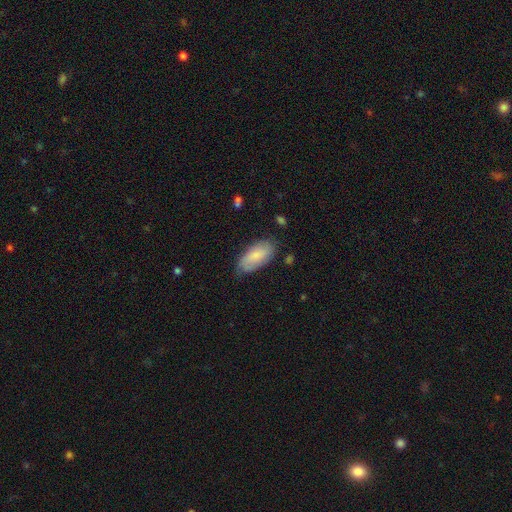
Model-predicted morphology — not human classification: This appears to be a smooth galaxy with no disk features (76%) that is in between round and cigar-shaped (90%). Merging: none (69%).